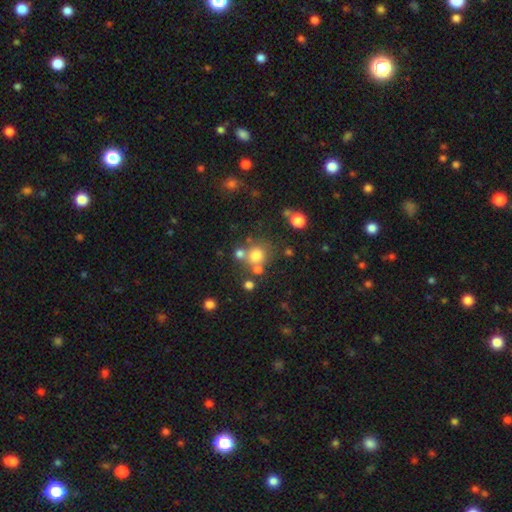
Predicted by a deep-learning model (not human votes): The model was most divided on "merging": none: 60%, merger: 24%, minor disturbance: 10%, major disturbance: 5%. More confident: how rounded — round (87%); smooth or featured — smooth (73%).